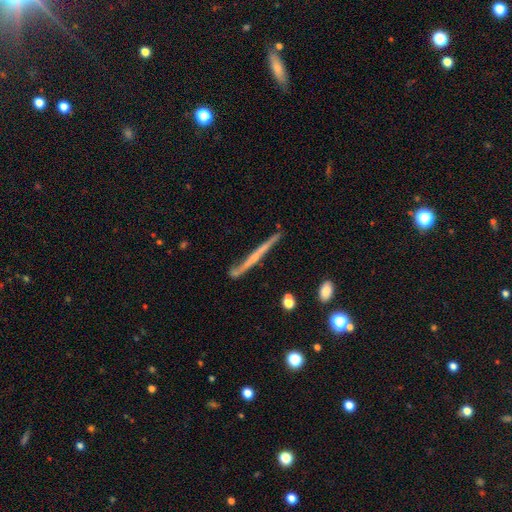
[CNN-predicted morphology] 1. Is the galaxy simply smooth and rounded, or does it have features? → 64% featured or disk, 29% smooth, 7% star or artifact.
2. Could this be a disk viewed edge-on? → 95% yes, 5% no.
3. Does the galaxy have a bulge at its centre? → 69% none, 23% rounded, 8% boxy.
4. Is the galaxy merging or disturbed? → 75% none, 17% minor disturbance, 4% major disturbance, 4% merger.